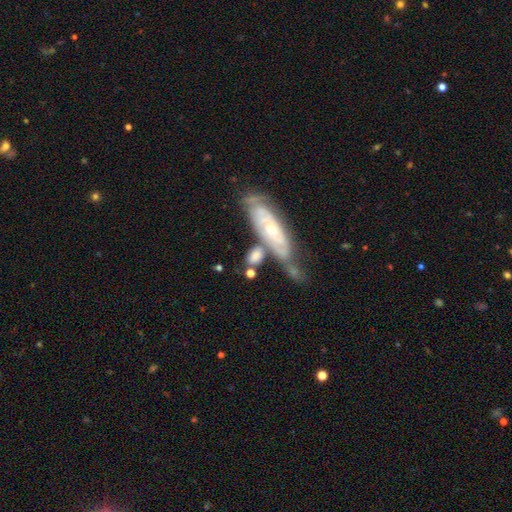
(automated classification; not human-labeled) A smooth galaxy with no disk features (53%) that is in between round and cigar-shaped (65%).

Vote fractions:
- Smooth or featured? smooth: 53% / featured or disk: 41% / star or artifact: 7%
- How rounded? in between: 65% / cigar-shaped: 22% / round: 13%
- Merging? none: 39% / merger: 32% / minor disturbance: 18% / major disturbance: 10%